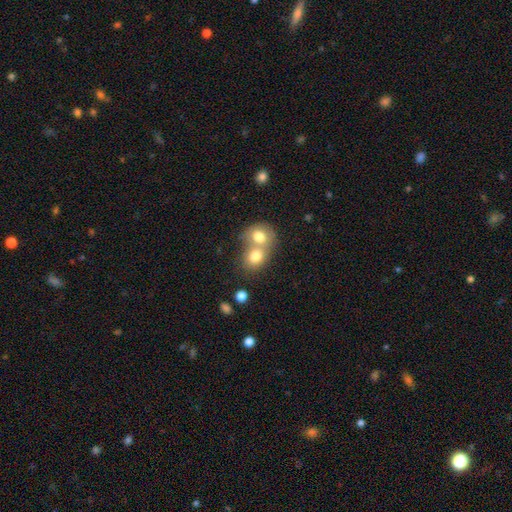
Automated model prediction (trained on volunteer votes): smooth_or_featured: smooth (p=0.75) [alt: featured or disk p=0.16]
how_rounded: round (p=0.61) [alt: in between p=0.38]
merging: merger (p=0.67) [alt: none p=0.25]